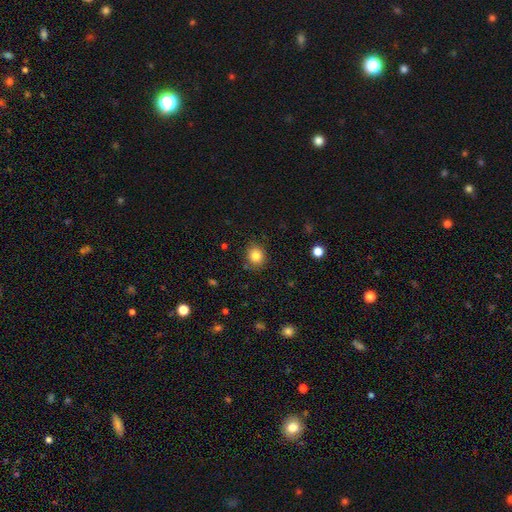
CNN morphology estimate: This appears to be a smooth galaxy with no disk features (83%) that is round (75%). Merging: none (85%).